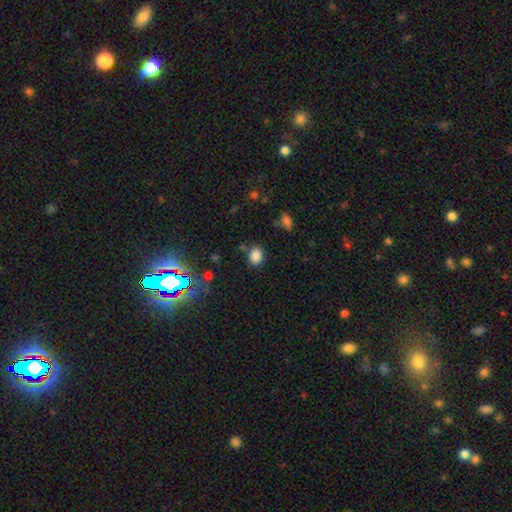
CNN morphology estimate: Smooth or featured? smooth (84%)
How rounded? in between (57%)
Merging? none (78%)